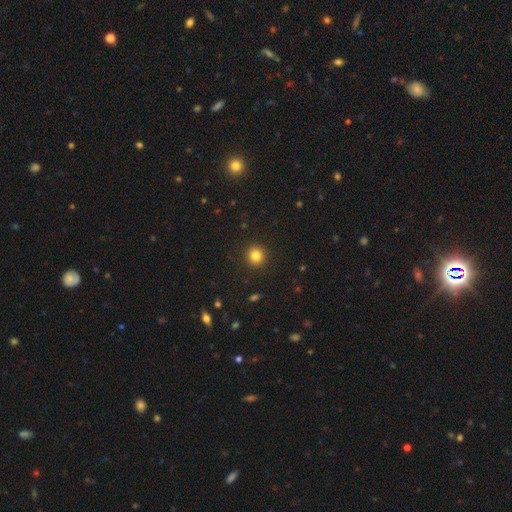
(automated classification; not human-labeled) A smooth galaxy with no disk features (83%) that is round (92%).

Vote fractions:
- Smooth or featured? smooth: 83% / star or artifact: 12% / featured or disk: 5%
- How rounded? round: 92% / in between: 7% / cigar-shaped: 1%
- Merging? none: 92% / minor disturbance: 5% / major disturbance: 2% / merger: 1%